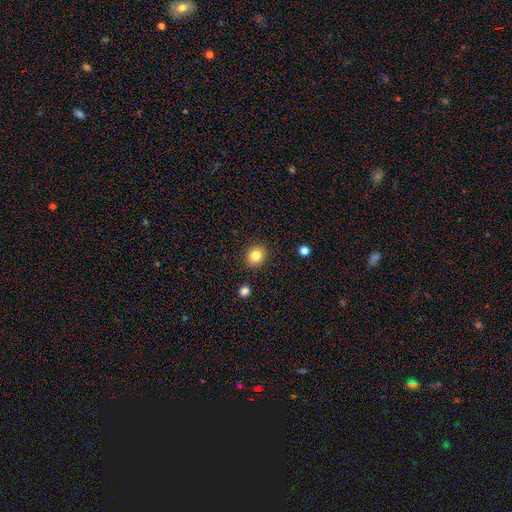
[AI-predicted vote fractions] smooth-or-featured: smooth: 83% | star or artifact: 11% | featured or disk: 7%
  how-rounded: round: 79% | in between: 20% | cigar-shaped: 1%
  merging: none: 90% | minor disturbance: 6% | major disturbance: 2% | merger: 1%